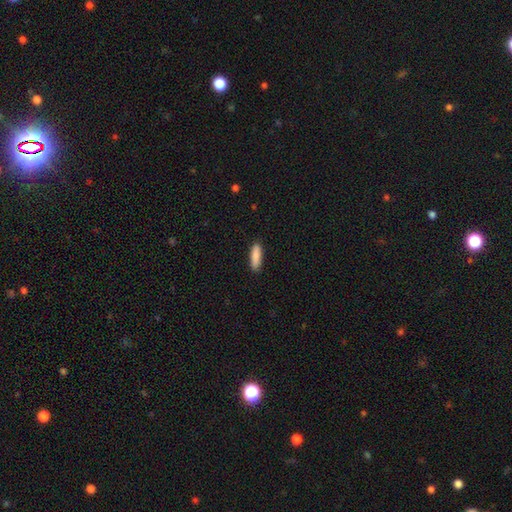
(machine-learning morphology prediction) This appears to be a smooth galaxy with no disk features (88%) that is cigar-shaped (60%). Merging: none (88%).